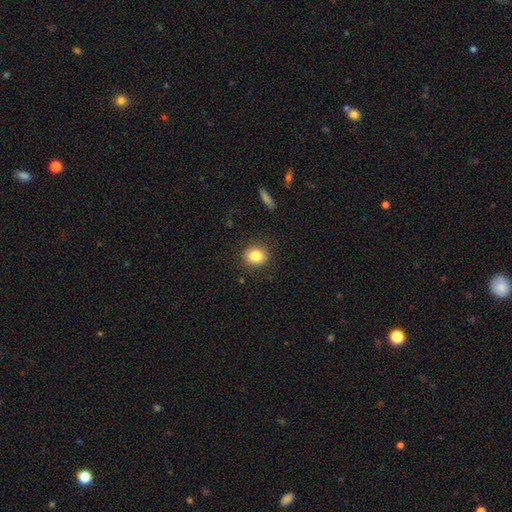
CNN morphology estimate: This is clearly a smooth galaxy (83%). How rounded: likely round (71%). Merging: clearly none (88%).